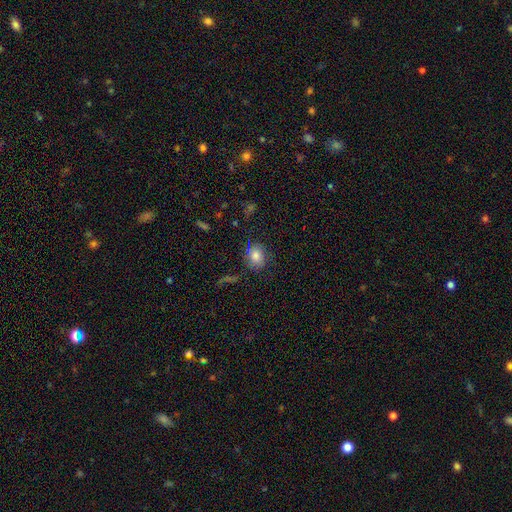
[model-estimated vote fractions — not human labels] This appears to be a smooth galaxy with no disk features (79%) that is round (61%). Merging: none (75%).